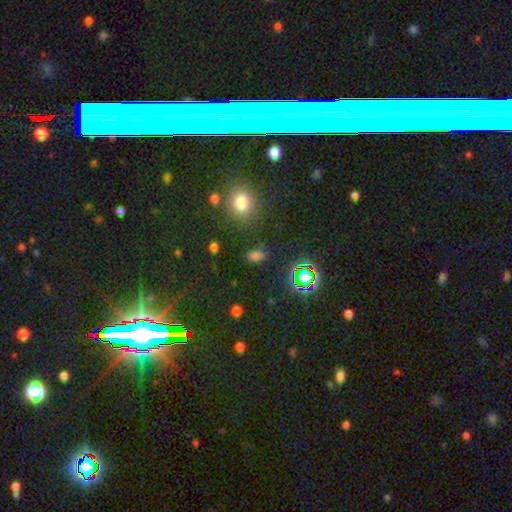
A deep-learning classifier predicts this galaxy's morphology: Smooth or featured? Predicted: smooth (p=0.59). How rounded? Predicted: in between (p=0.76). Merging? Predicted: none (p=0.80).